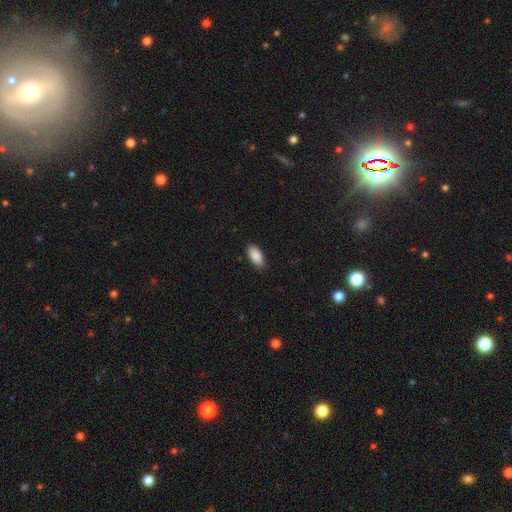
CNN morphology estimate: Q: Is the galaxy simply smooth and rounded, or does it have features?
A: smooth — 89%.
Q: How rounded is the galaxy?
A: in between — 93%.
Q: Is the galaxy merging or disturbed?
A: none — 86%.